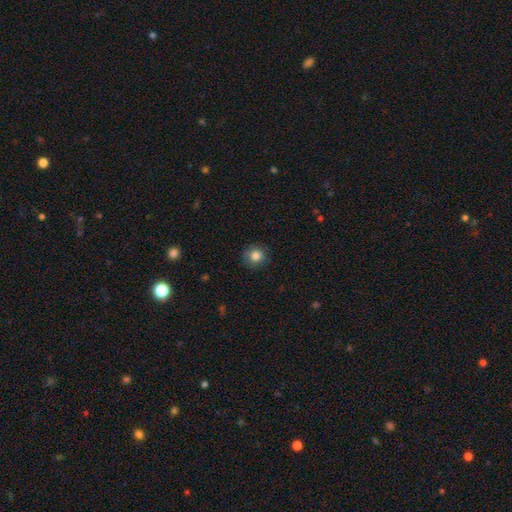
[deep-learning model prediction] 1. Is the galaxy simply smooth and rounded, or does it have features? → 84% smooth, 10% star or artifact, 6% featured or disk.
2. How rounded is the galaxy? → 91% round, 8% in between, 1% cigar-shaped.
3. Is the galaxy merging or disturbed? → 84% none, 12% minor disturbance, 3% major disturbance, 1% merger.